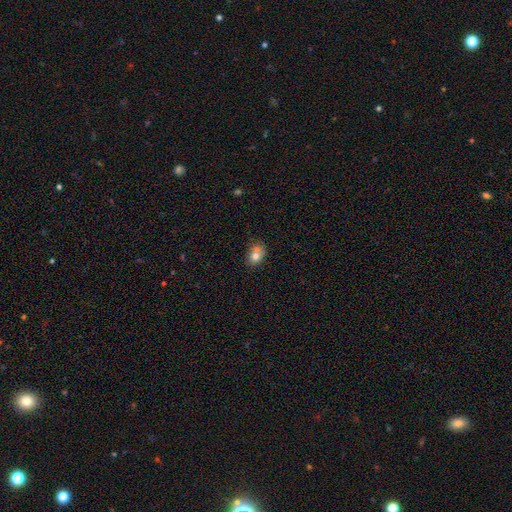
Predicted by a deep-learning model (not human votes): smooth_or_featured: smooth (p=0.74) [alt: featured or disk p=0.15]
how_rounded: in between (p=0.53) [alt: round p=0.46]
merging: none (p=0.46) [alt: merger p=0.30]